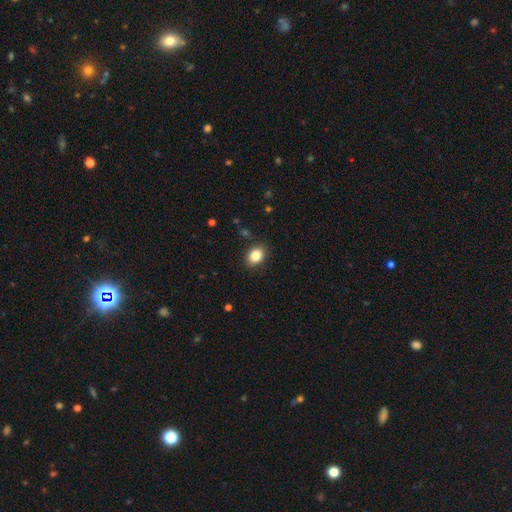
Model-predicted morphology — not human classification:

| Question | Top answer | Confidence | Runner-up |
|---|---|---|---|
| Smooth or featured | smooth | 84% | star or artifact (9%) |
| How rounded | in between | 69% | round (30%) |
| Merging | none | 87% | minor disturbance (9%) |